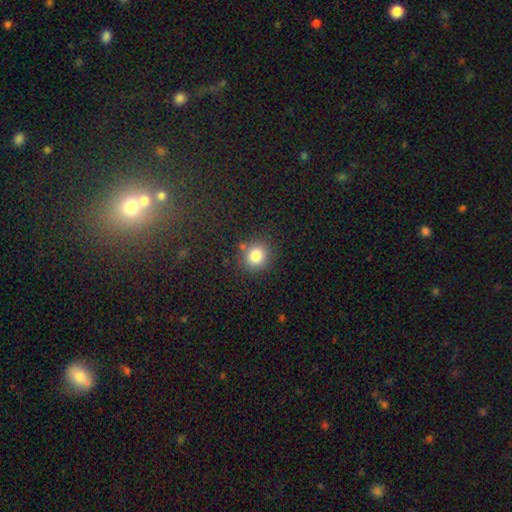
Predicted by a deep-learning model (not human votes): Morphology: type=smooth (82%); roundness=round (85%); merging=none (83%).